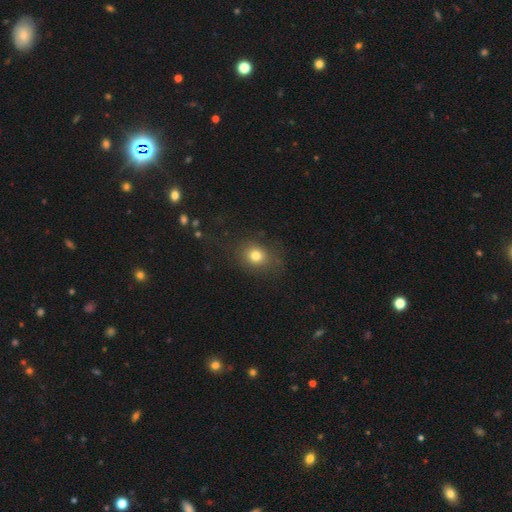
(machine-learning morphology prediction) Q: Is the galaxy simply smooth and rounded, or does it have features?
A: smooth — 79%.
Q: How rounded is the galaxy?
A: round — 64%.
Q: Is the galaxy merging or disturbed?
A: none — 75%.